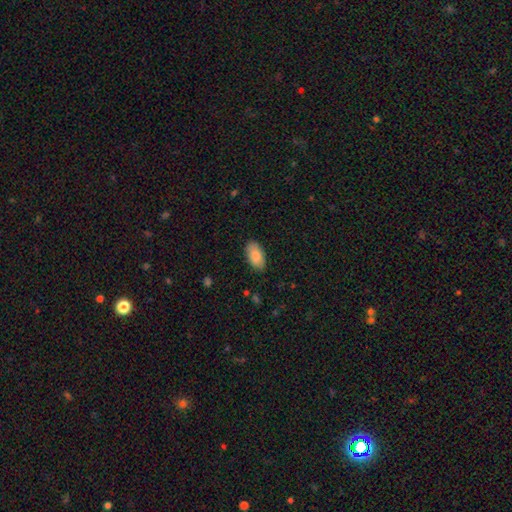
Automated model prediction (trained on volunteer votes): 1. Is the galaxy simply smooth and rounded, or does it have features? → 87% smooth, 7% featured or disk, 6% star or artifact.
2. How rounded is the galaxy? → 95% in between, 3% round, 2% cigar-shaped.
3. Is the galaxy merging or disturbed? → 87% none, 10% minor disturbance, 2% major disturbance, 1% merger.